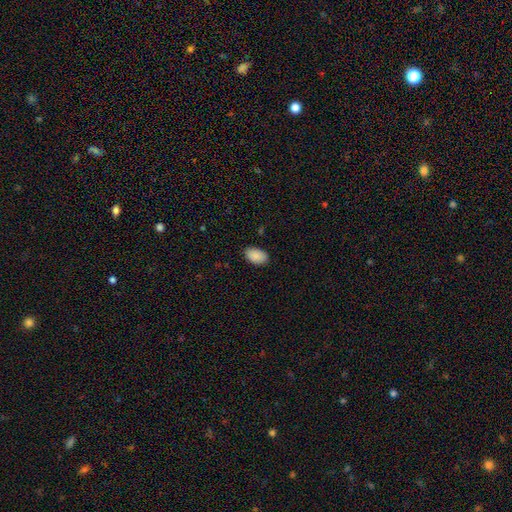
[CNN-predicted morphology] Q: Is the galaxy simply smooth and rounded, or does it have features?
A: smooth — 90%.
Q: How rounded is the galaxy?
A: in between — 92%.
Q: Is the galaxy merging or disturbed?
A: none — 86%.